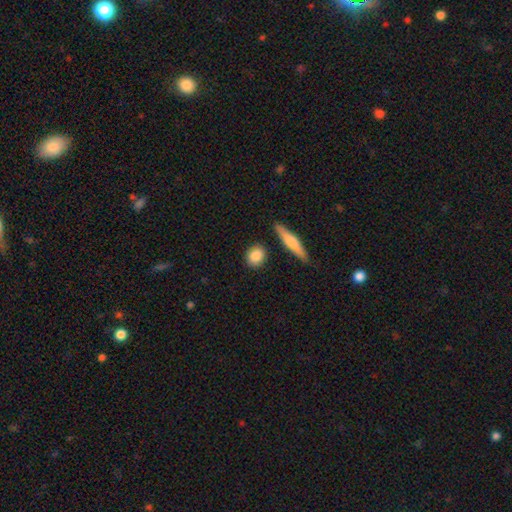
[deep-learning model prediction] Smooth or featured? Predicted: smooth (p=0.85). How rounded? Predicted: round (p=0.62). Merging? Predicted: none (p=0.85).